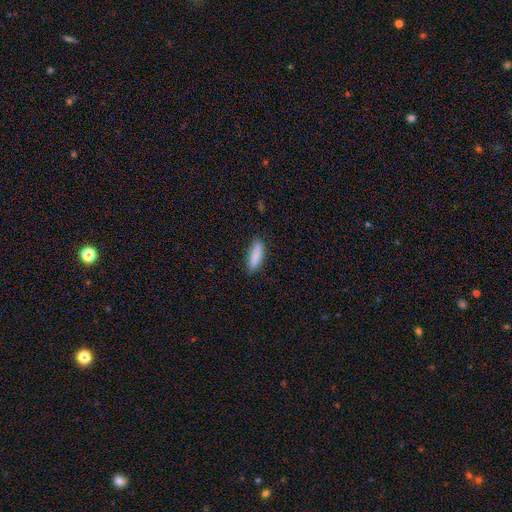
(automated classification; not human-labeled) Q: Smooth or featured?
A: smooth (87%); runner-up: featured or disk (7%)
Q: How rounded?
A: in between (51%); runner-up: cigar-shaped (47%)
Q: Merging?
A: none (81%); runner-up: minor disturbance (15%)